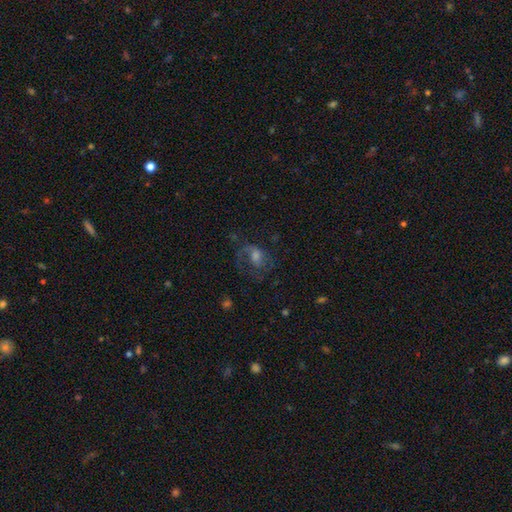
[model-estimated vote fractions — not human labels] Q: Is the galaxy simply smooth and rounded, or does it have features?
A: featured or disk — 61%.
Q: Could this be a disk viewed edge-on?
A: no — 97%.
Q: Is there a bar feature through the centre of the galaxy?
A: no — 58%.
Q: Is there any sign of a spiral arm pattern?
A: yes — 81%.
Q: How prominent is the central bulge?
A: moderate — 47%.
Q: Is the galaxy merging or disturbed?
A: none — 50%.